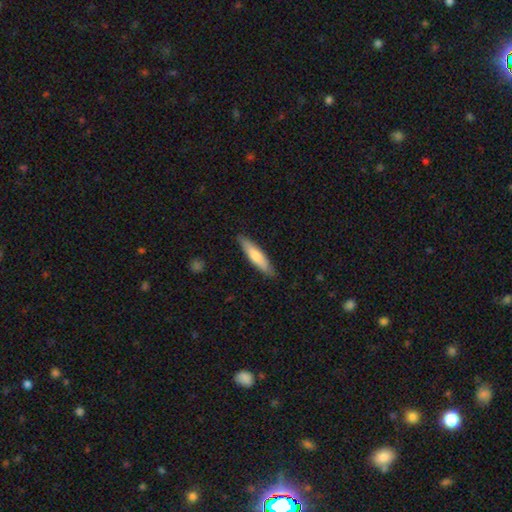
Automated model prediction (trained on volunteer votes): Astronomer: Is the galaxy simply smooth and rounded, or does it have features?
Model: smooth — 66%.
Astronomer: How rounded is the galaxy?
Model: cigar-shaped — 80%.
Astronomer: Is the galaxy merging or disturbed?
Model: none — 88%.